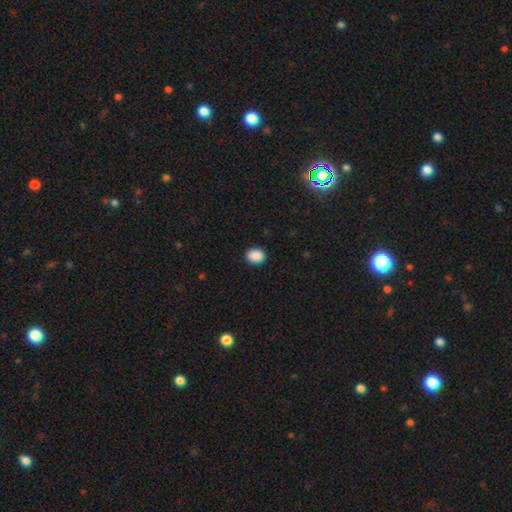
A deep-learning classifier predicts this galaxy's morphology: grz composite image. It shows a smooth galaxy with no disk features (89%) that is round (52%). Merging: none (90%).